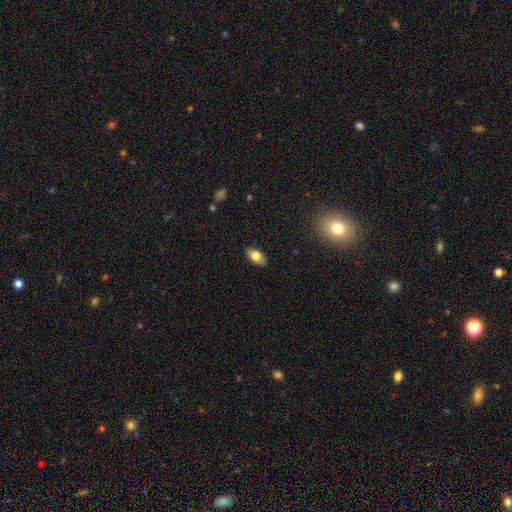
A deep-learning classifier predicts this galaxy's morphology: A smooth galaxy with no disk features (80%) that is in between round and cigar-shaped (92%). Merging: none (88%).